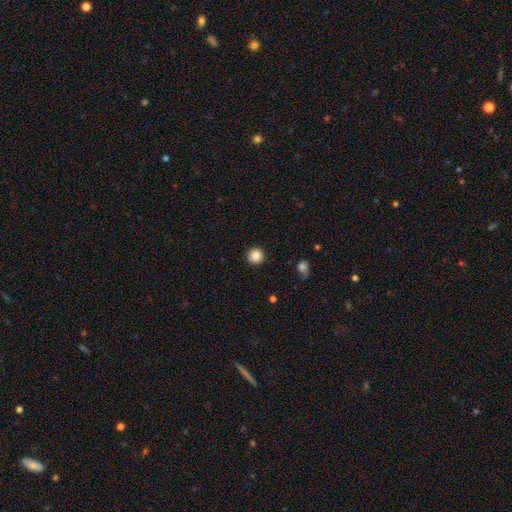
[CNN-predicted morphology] A smooth galaxy with no disk features (87%) that is round (95%).

Vote fractions:
- Smooth or featured? smooth: 87% / star or artifact: 10% / featured or disk: 3%
- How rounded? round: 95% / in between: 4% / cigar-shaped: 1%
- Merging? none: 91% / minor disturbance: 6% / major disturbance: 2% / merger: 1%